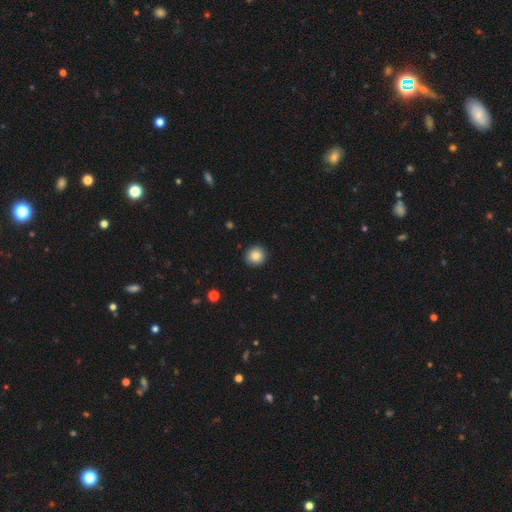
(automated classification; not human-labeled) Overall: smooth (85%). How rounded: round (94%). Merging: none (92%).